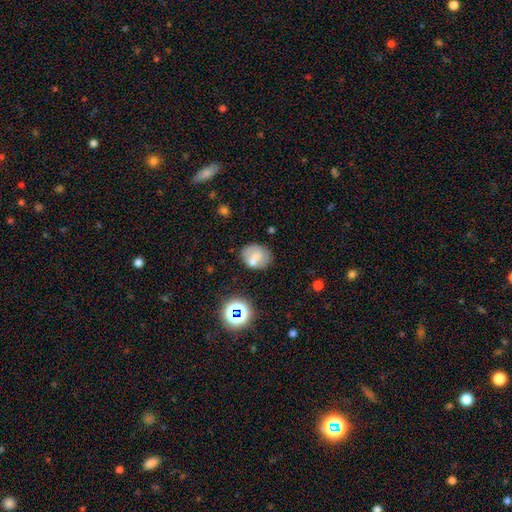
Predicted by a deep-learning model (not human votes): This is likely a smooth galaxy (63%). How rounded: possibly in between (51%). Merging: likely none (63%).